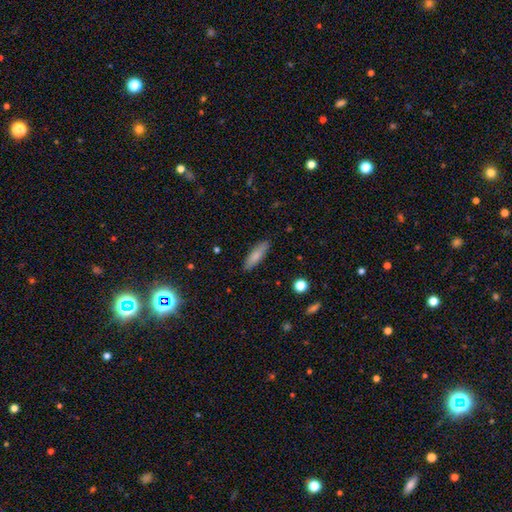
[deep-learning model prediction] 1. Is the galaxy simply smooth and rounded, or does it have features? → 81% smooth, 13% featured or disk, 7% star or artifact.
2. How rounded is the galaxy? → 57% cigar-shaped, 41% in between, 2% round.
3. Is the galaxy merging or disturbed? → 87% none, 10% minor disturbance, 2% major disturbance, 1% merger.